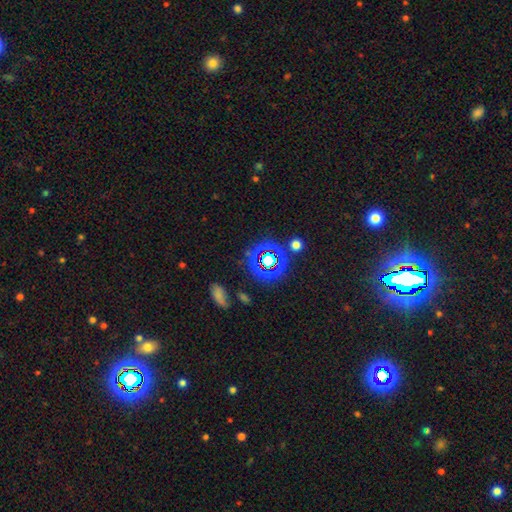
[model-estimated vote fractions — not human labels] A star or artifact, not a galaxy (64%).

Vote fractions:
- Smooth or featured? star or artifact: 64% / smooth: 24% / featured or disk: 12%